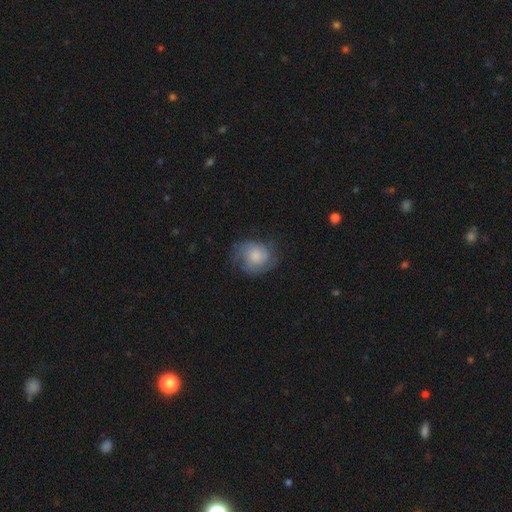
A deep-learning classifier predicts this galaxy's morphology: Overall: smooth (52%; featured or disk 40%). How rounded: round (69%; in between 30%). Merging: none (61%; minor disturbance 25%).